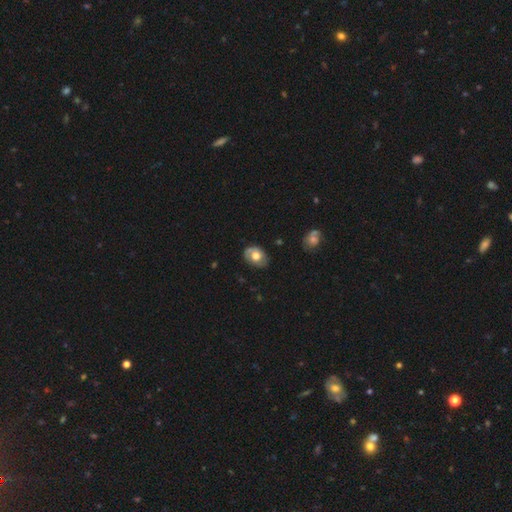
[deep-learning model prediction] Smooth or featured? Predicted: smooth (p=0.52). How rounded? Predicted: in between (p=0.65). Merging? Predicted: none (p=0.78).